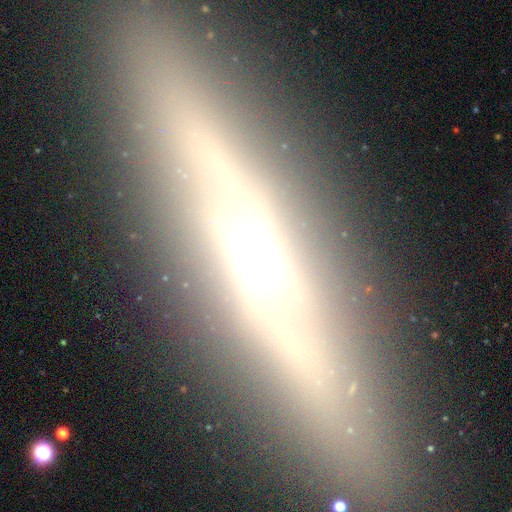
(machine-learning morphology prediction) A featured or disk galaxy (77%) viewed edge-on (87%) with a rounded central bulge (84%).

Vote fractions:
- Smooth or featured? featured or disk: 77% / smooth: 16% / star or artifact: 7%
- Edge-on disk? yes: 87% / no: 13%
- Edge-on bulge? rounded: 84% / none: 11% / boxy: 5%
- Merging? none: 88% / minor disturbance: 8% / major disturbance: 2% / merger: 1%